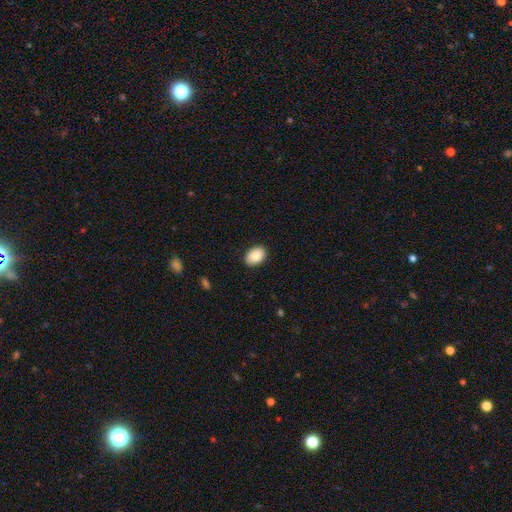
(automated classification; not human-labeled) A smooth galaxy with no disk features (88%) that is in between round and cigar-shaped (84%). Merging: none (89%).